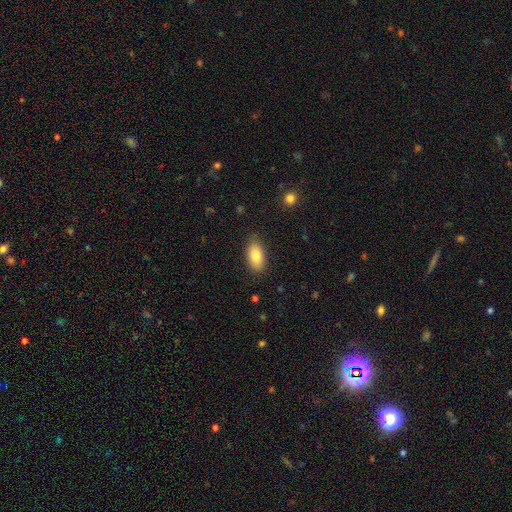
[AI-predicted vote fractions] This is clearly a smooth galaxy (81%). How rounded: clearly in between (92%). Merging: clearly none (83%).